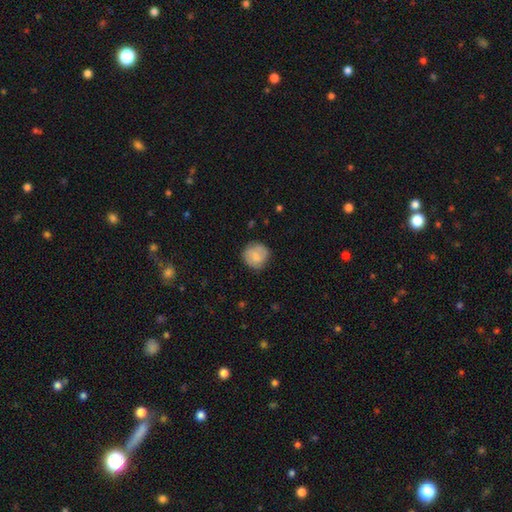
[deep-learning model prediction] A smooth galaxy with no disk features (76%) that is round (89%).

Vote fractions:
- Smooth or featured? smooth: 76% / featured or disk: 17% / star or artifact: 7%
- How rounded? round: 89% / in between: 10% / cigar-shaped: 1%
- Merging? none: 79% / minor disturbance: 16% / major disturbance: 4% / merger: 1%